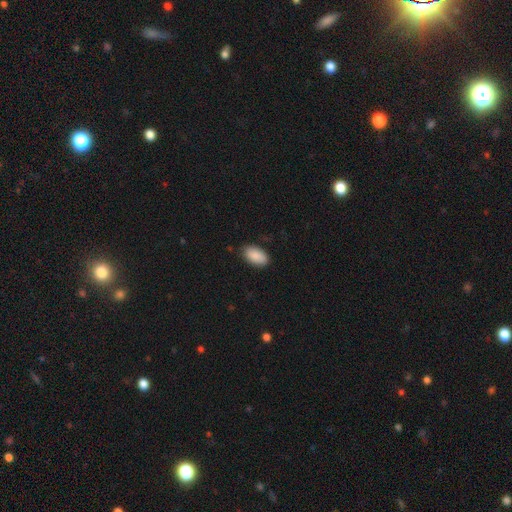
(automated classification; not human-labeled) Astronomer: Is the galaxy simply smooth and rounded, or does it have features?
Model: smooth — 90%.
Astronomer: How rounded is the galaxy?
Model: in between — 95%.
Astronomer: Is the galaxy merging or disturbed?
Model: none — 84%.